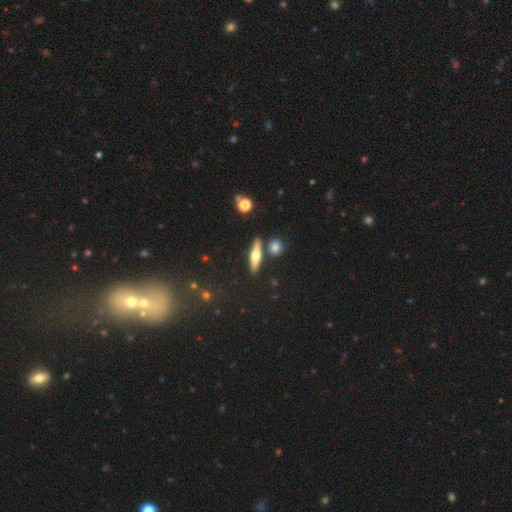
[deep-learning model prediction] A smooth galaxy with no disk features (47%). Merging: none (79%).